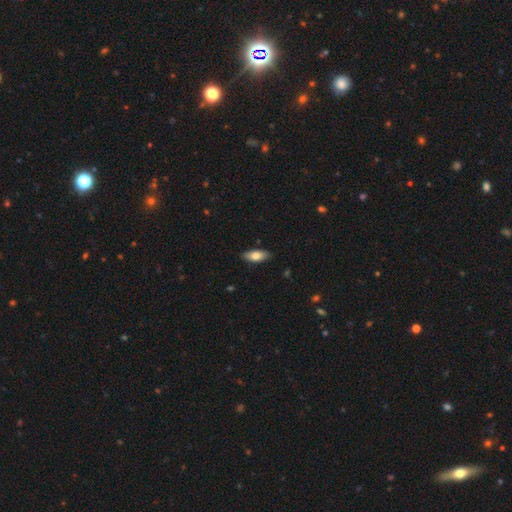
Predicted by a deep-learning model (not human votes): Smooth or featured: smooth — 78% (featured or disk — 15%)
How rounded: in between — 84% (cigar-shaped — 14%)
Merging: none — 85% (minor disturbance — 12%)